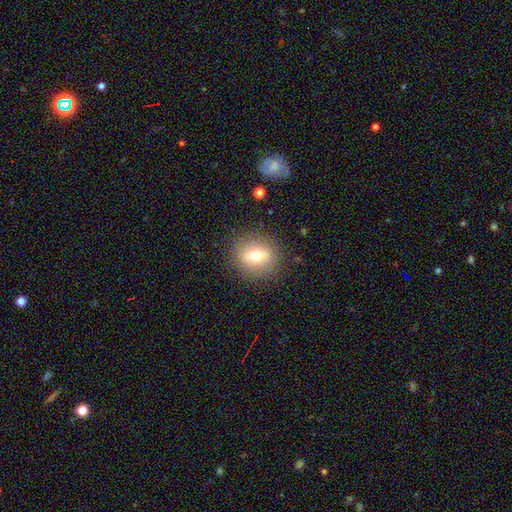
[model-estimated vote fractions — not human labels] smooth 61%, featured or disk 28%, star or artifact 11%. Down the decision tree: how rounded — round (77%); merging — none (86%).